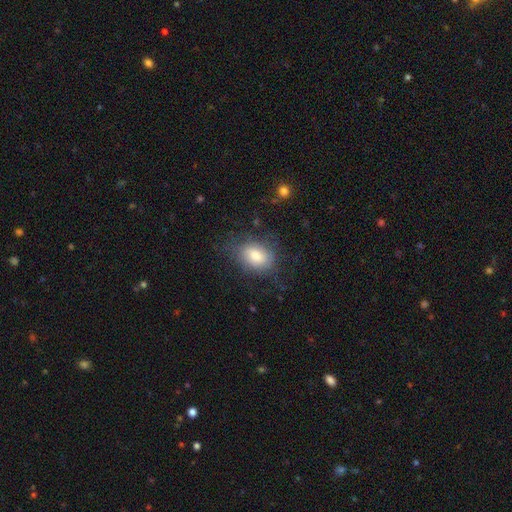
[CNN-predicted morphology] Overall: smooth (72%). How rounded: in between (75%). Merging: none (62%; minor disturbance 23%).